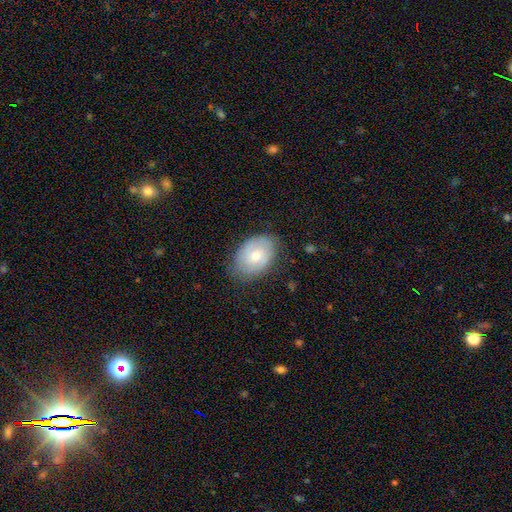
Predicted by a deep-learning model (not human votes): A smooth galaxy with no disk features (55%) that is in between round and cigar-shaped (80%). Merging: none (76%).